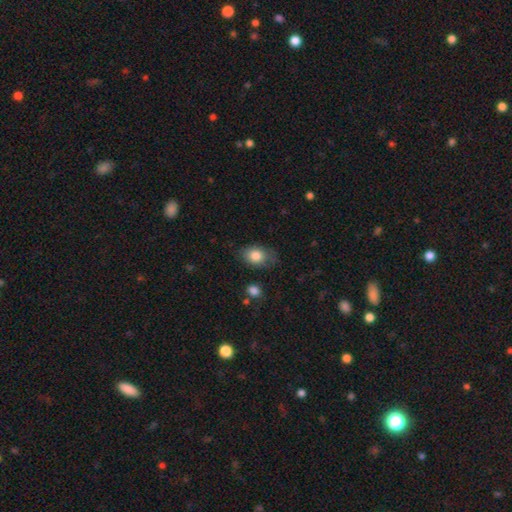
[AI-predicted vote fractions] Morphology: type=smooth (82%); roundness=in between (75%); merging=none (70%).